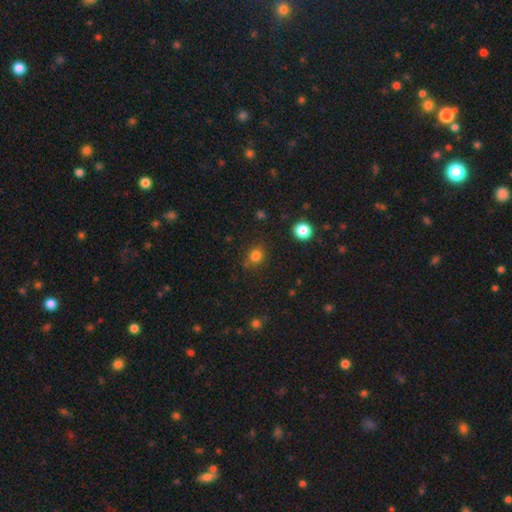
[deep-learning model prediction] This is clearly a smooth galaxy (81%). How rounded: likely round (69%). Merging: likely none (79%).